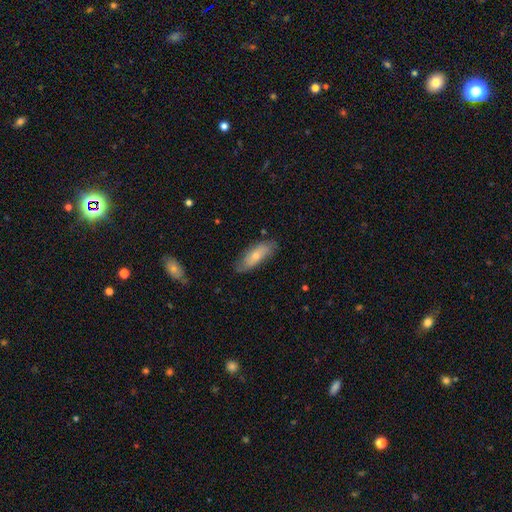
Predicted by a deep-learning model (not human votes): Smooth or featured? Predicted: smooth (p=0.50). How rounded? Predicted: in between (p=0.64). Merging? Predicted: none (p=0.78).